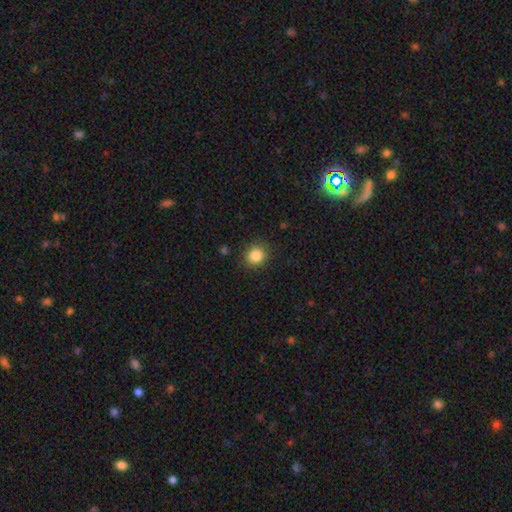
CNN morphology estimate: The model was most divided on "how rounded": round: 85%, in between: 14%, cigar-shaped: 1%. More confident: merging — none (89%); smooth or featured — smooth (85%).